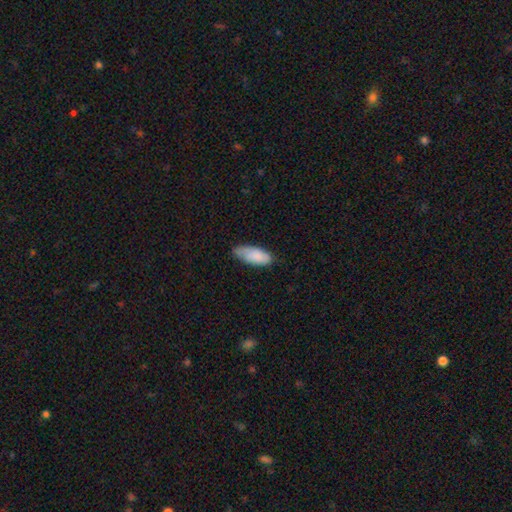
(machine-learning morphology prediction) Smooth or featured?
  - smooth: 84% *
  - featured or disk: 10%
  - star or artifact: 6%
How rounded?
  - in between: 83% *
  - cigar-shaped: 15%
  - round: 2%
Merging?
  - none: 63% *
  - minor disturbance: 31%
  - major disturbance: 5%
  - merger: 1%